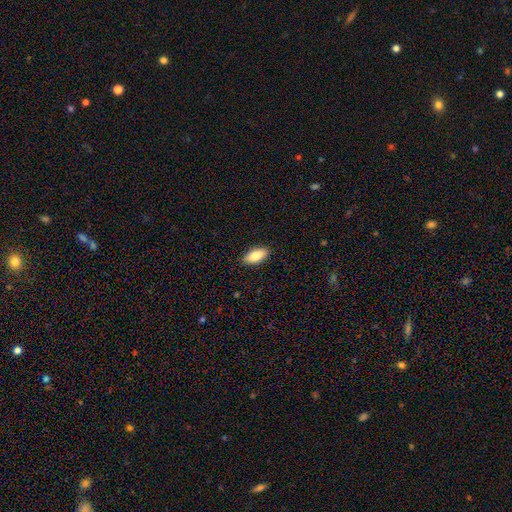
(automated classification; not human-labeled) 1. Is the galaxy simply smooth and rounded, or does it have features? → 83% smooth, 10% featured or disk, 6% star or artifact.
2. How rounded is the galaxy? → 90% in between, 8% cigar-shaped, 3% round.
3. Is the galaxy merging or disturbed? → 88% none, 9% minor disturbance, 2% major disturbance, 1% merger.